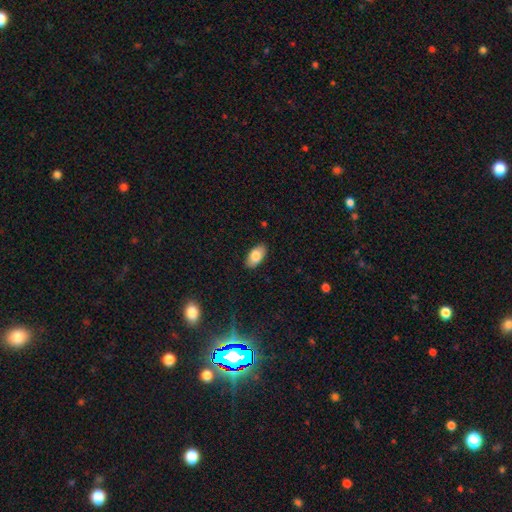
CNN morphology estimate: This appears to be a smooth galaxy with no disk features (81%) that is in between round and cigar-shaped (94%). Merging: none (88%).